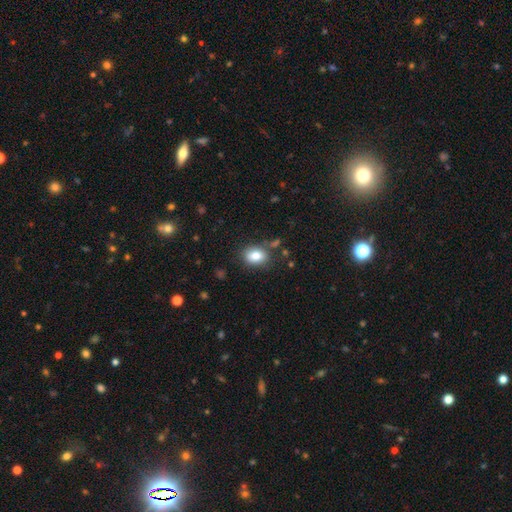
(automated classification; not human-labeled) Q: Smooth or featured?
A: smooth (83%); runner-up: star or artifact (9%)
Q: How rounded?
A: in between (69%); runner-up: round (30%)
Q: Merging?
A: none (77%); runner-up: minor disturbance (14%)